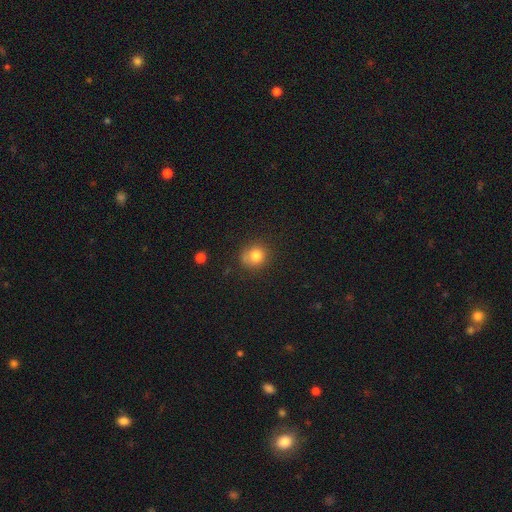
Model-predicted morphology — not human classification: A smooth galaxy with no disk features (79%) that is round (82%). Merging: none (71%).